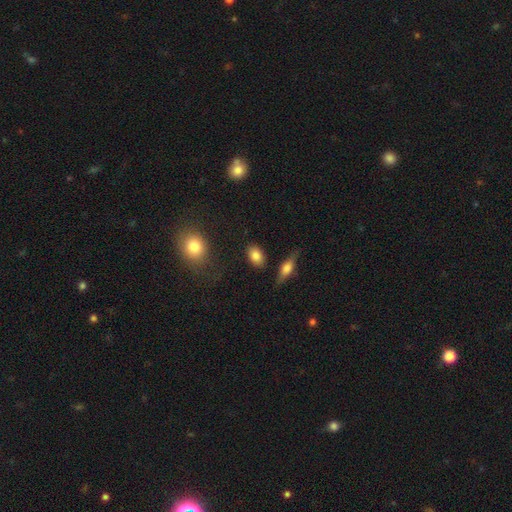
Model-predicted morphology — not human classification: smooth 83%, featured or disk 9%, star or artifact 8%. Down the decision tree: how rounded — in between (79%); merging — none (84%).